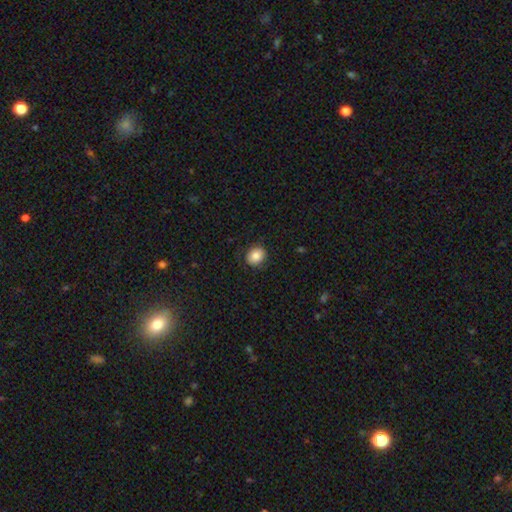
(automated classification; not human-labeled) Smooth or featured? Predicted: smooth (p=0.85). How rounded? Predicted: round (p=0.59). Merging? Predicted: none (p=0.84).